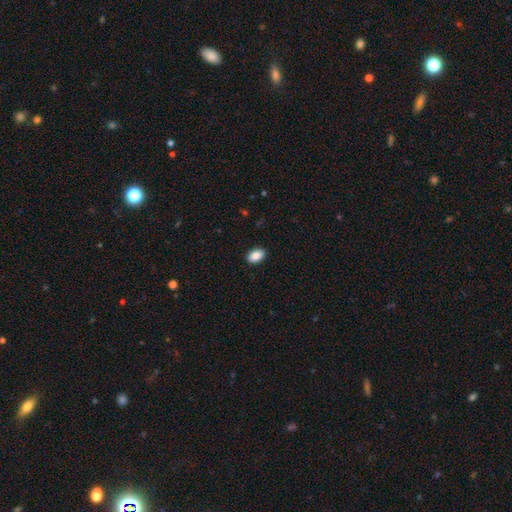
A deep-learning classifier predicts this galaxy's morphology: Smooth or featured?
  - smooth: 88% *
  - star or artifact: 7%
  - featured or disk: 5%
How rounded?
  - in between: 87% *
  - round: 11%
  - cigar-shaped: 1%
Merging?
  - none: 90% *
  - minor disturbance: 7%
  - major disturbance: 2%
  - merger: 1%